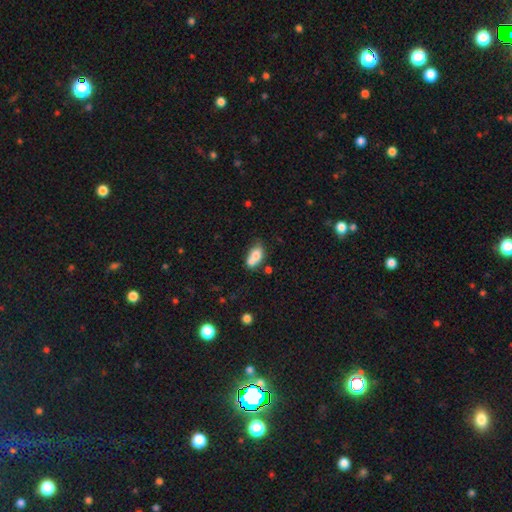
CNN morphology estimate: type=smooth (72%); roundness=in between (74%); merging=merger (56%).